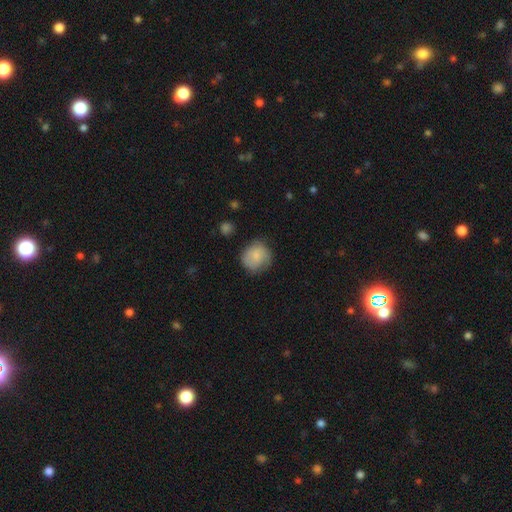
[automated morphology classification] The model was most divided on "merging": none: 72%, minor disturbance: 21%, major disturbance: 5%, merger: 2%. More confident: how rounded — round (85%); smooth or featured — smooth (77%).